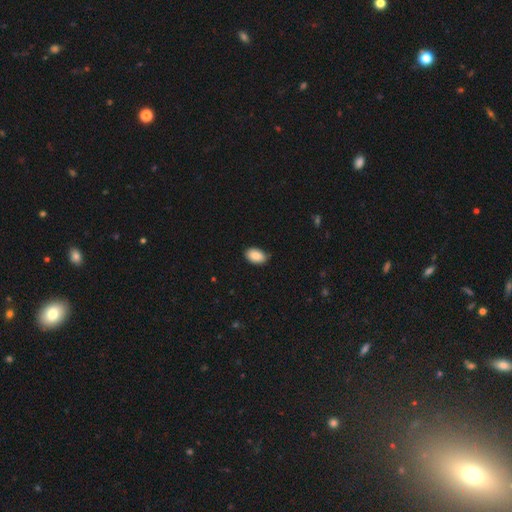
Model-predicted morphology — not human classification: A smooth galaxy with no disk features (89%) that is in between round and cigar-shaped (92%).

Vote fractions:
- Smooth or featured? smooth: 89% / star or artifact: 7% / featured or disk: 4%
- How rounded? in between: 92% / round: 7% / cigar-shaped: 1%
- Merging? none: 83% / minor disturbance: 14% / major disturbance: 2% / merger: 1%